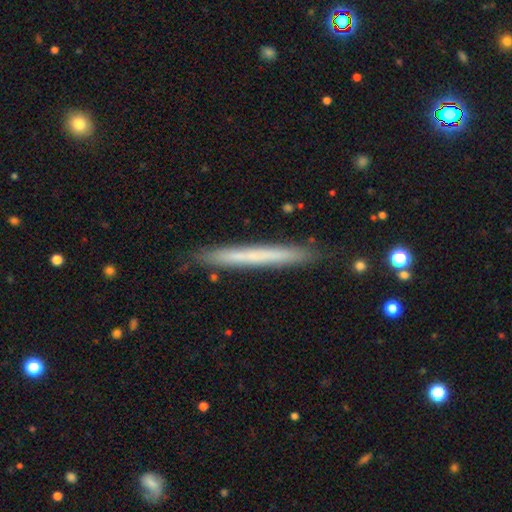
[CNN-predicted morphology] This is possibly a smooth galaxy (56%). How rounded: clearly cigar-shaped (97%). Merging: clearly none (89%).